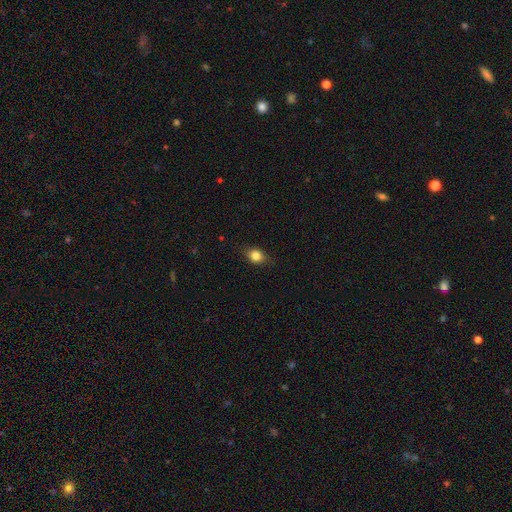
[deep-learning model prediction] Smooth or featured? Predicted: smooth (p=0.82). How rounded? Predicted: in between (p=0.52). Merging? Predicted: none (p=0.80).